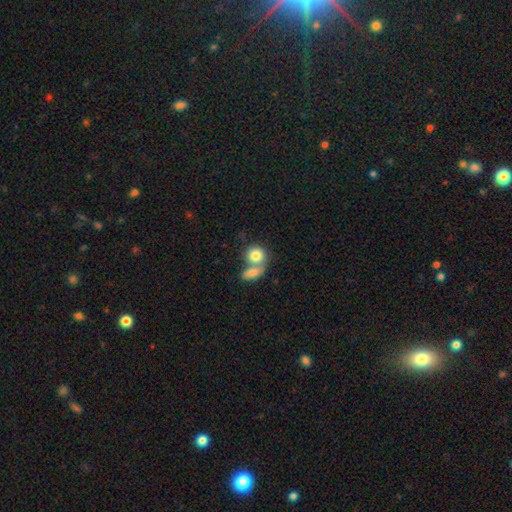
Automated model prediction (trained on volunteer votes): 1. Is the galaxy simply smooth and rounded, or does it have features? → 81% smooth, 11% featured or disk, 7% star or artifact.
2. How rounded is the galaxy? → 67% round, 31% in between, 2% cigar-shaped.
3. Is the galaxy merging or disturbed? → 56% merger, 33% none, 8% minor disturbance, 4% major disturbance.